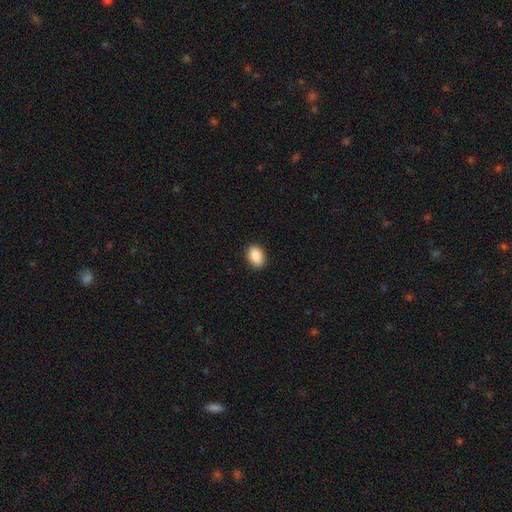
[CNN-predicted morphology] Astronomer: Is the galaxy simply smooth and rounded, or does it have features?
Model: smooth — 90%.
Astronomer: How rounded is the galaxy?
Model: in between — 88%.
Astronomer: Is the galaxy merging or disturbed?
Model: none — 90%.